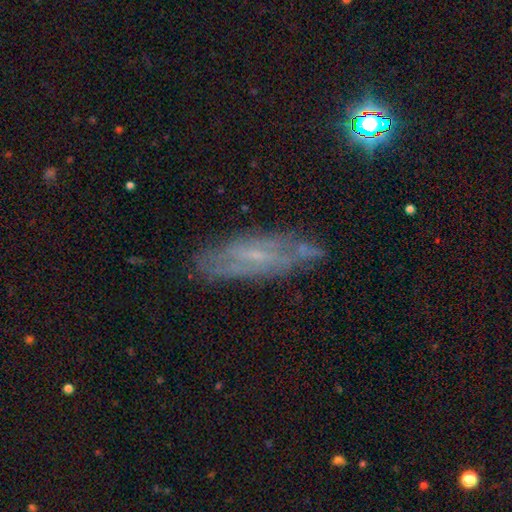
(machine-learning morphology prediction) Smooth or featured? featured or disk (63%)
Edge-on disk? no (71%)
Merging? none (71%)